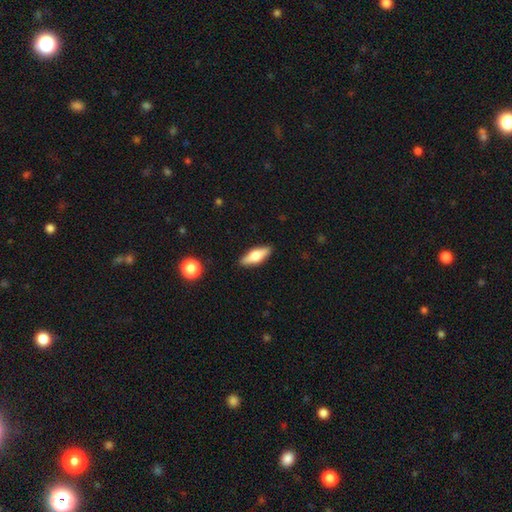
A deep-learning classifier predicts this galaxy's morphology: A smooth galaxy with no disk features (55%) that is in between round and cigar-shaped (55%).

Vote fractions:
- Smooth or featured? smooth: 55% / featured or disk: 39% / star or artifact: 6%
- How rounded? in between: 55% / cigar-shaped: 42% / round: 3%
- Merging? none: 89% / minor disturbance: 8% / major disturbance: 2% / merger: 1%